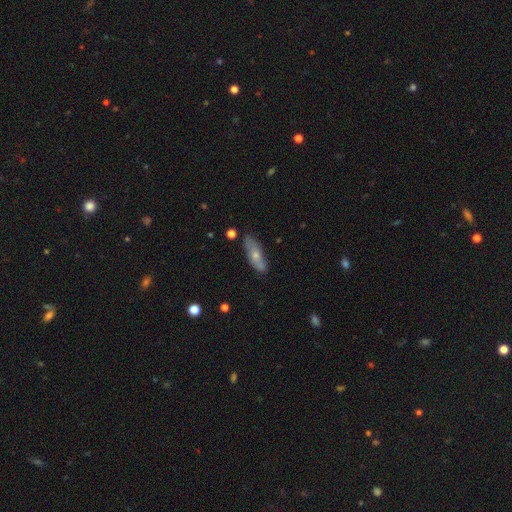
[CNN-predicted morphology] The model was most divided on "how rounded": in between: 53%, cigar-shaped: 44%, round: 3%. More confident: merging — none (73%); smooth or featured — smooth (57%).